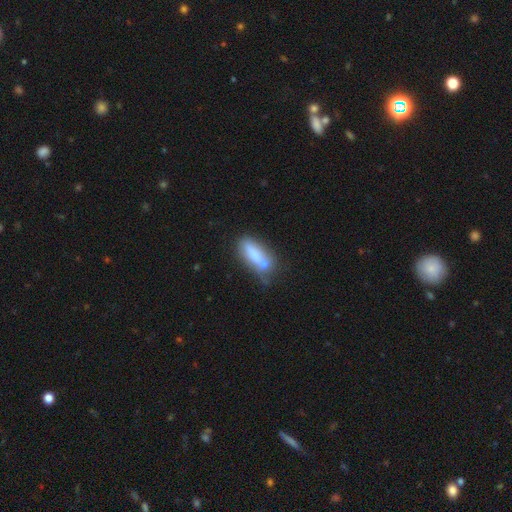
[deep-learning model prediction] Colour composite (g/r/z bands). It shows a smooth galaxy with no disk features (73%) that is in between round and cigar-shaped (62%). Merging: none (43%).